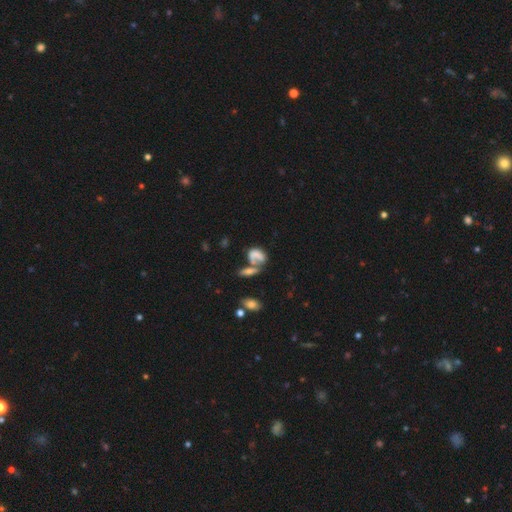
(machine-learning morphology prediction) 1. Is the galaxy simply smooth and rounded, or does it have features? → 58% smooth, 30% featured or disk, 12% star or artifact.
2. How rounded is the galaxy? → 80% in between, 17% round, 4% cigar-shaped.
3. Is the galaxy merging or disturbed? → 52% merger, 21% none, 16% major disturbance, 11% minor disturbance.